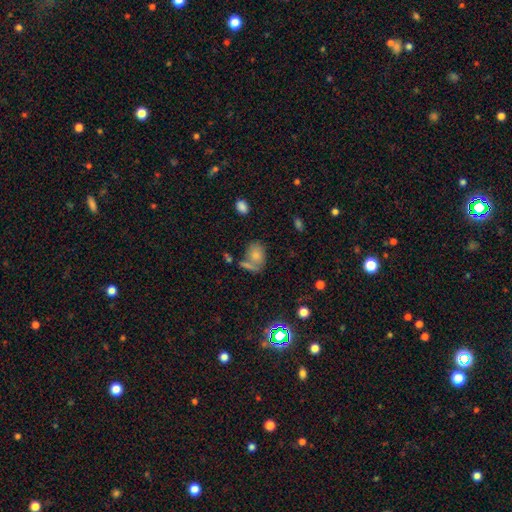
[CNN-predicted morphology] Smooth or featured? Predicted: smooth (p=0.75). How rounded? Predicted: in between (p=0.72). Merging? Predicted: none (p=0.46).